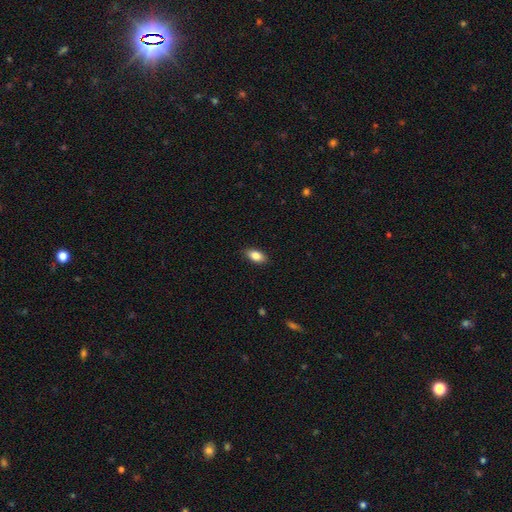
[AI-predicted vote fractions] This appears to be a smooth galaxy with no disk features (86%) that is in between round and cigar-shaped (90%). Merging: none (87%).